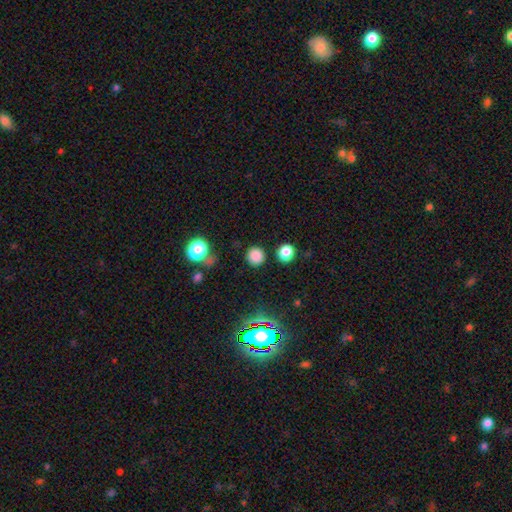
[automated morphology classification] Smooth or featured? smooth (79%)
How rounded? round (92%)
Merging? none (87%)